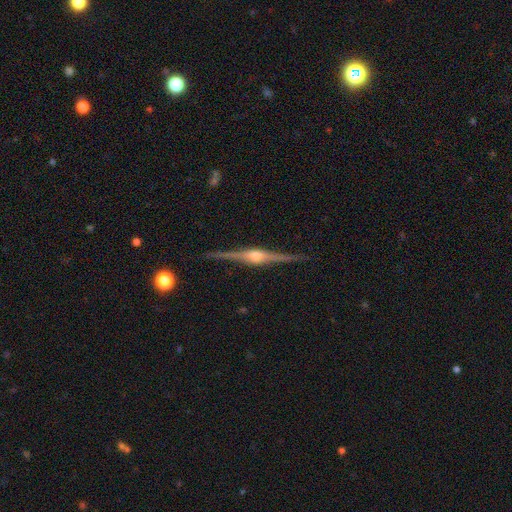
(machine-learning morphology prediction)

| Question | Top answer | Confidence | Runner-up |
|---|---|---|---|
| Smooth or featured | featured or disk | 90% | smooth (5%) |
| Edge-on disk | yes | 99% | no (1%) |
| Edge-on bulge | rounded | 87% | boxy (10%) |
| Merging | none | 91% | minor disturbance (7%) |